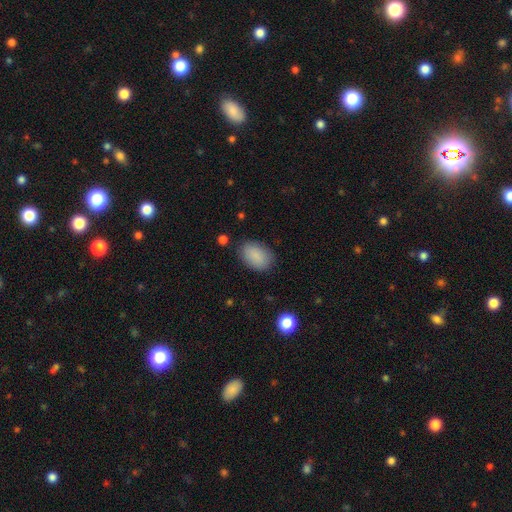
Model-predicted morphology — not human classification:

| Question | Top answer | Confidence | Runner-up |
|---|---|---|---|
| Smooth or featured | smooth | 88% | star or artifact (7%) |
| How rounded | in between | 87% | round (11%) |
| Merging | none | 82% | minor disturbance (13%) |